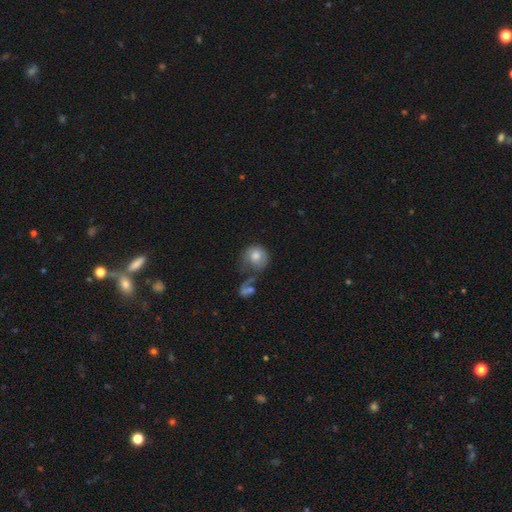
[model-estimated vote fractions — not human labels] Smooth or featured? Predicted: smooth (p=0.66). How rounded? Predicted: round (p=0.78). Merging? Predicted: none (p=0.29).